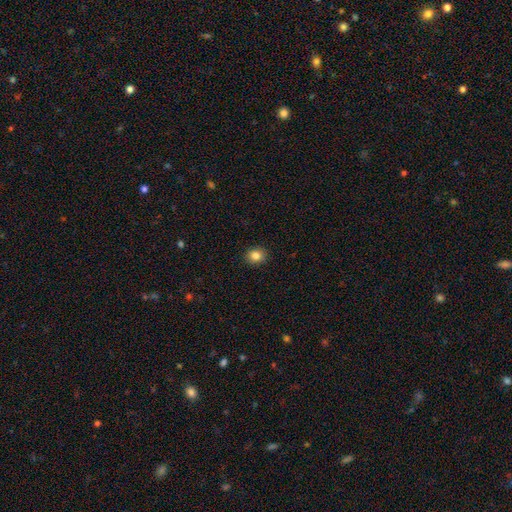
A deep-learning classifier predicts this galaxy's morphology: A smooth galaxy with no disk features (84%) that is round (73%).

Vote fractions:
- Smooth or featured? smooth: 84% / star or artifact: 11% / featured or disk: 6%
- How rounded? round: 73% / in between: 27% / cigar-shaped: 1%
- Merging? none: 91% / minor disturbance: 7% / major disturbance: 2% / merger: 1%